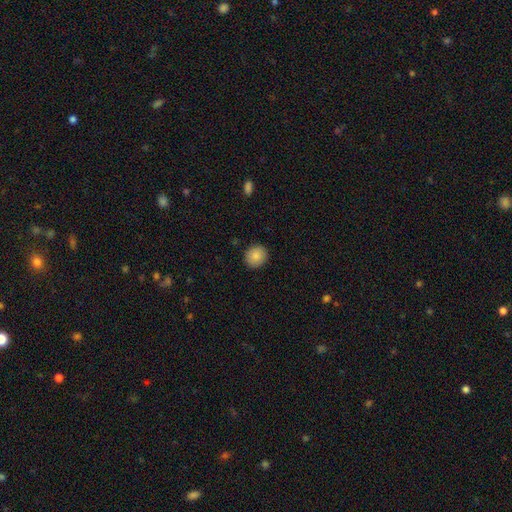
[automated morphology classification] This is clearly a smooth galaxy (86%). How rounded: clearly round (86%). Merging: clearly none (90%).